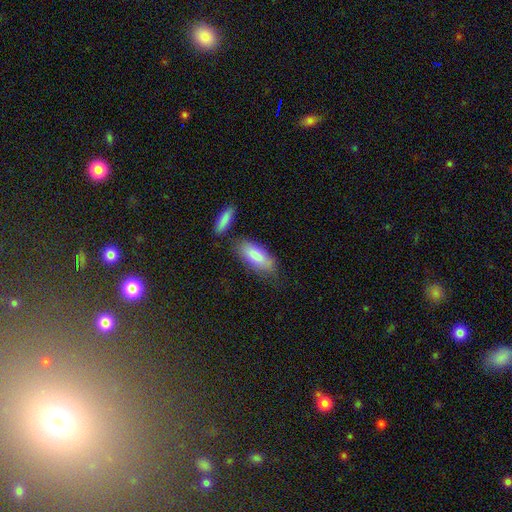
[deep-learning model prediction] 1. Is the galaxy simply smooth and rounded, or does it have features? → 81% smooth, 13% featured or disk, 6% star or artifact.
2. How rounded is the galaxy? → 76% in between, 22% cigar-shaped, 2% round.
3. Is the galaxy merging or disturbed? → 66% none, 19% minor disturbance, 9% merger, 5% major disturbance.